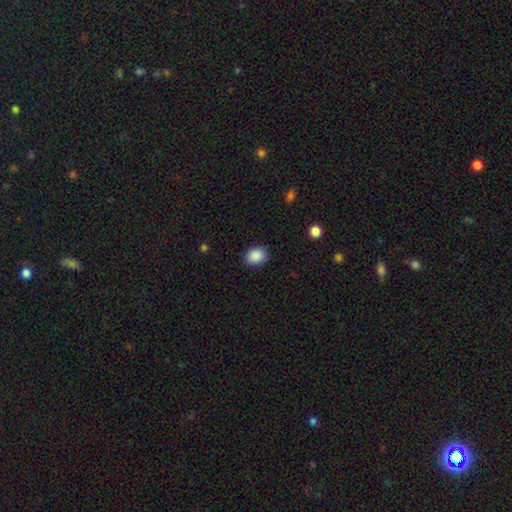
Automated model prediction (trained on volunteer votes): Smooth or featured?
  - smooth: 89% *
  - star or artifact: 8%
  - featured or disk: 3%
How rounded?
  - in between: 56% *
  - round: 43%
  - cigar-shaped: 1%
Merging?
  - none: 87% *
  - minor disturbance: 9%
  - major disturbance: 2%
  - merger: 1%